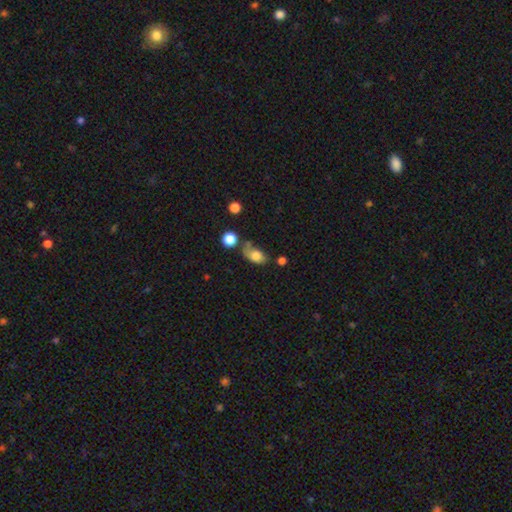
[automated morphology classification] This is likely a smooth galaxy (77%). How rounded: clearly in between (84%). Merging: marginally none (40%).